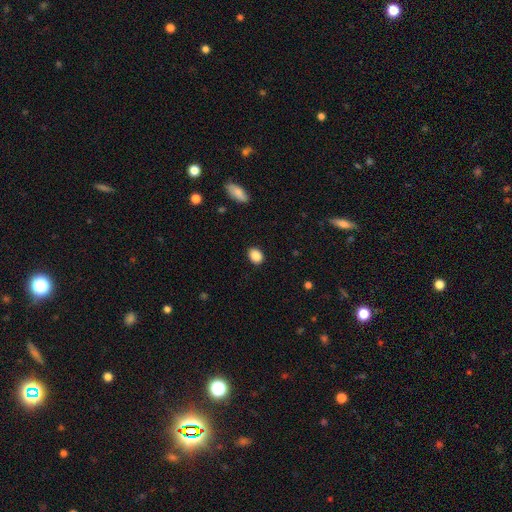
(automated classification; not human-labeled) Smooth or featured?
  - smooth: 89% *
  - star or artifact: 8%
  - featured or disk: 3%
How rounded?
  - in between: 65% *
  - round: 34%
  - cigar-shaped: 1%
Merging?
  - none: 88% *
  - minor disturbance: 9%
  - major disturbance: 2%
  - merger: 1%